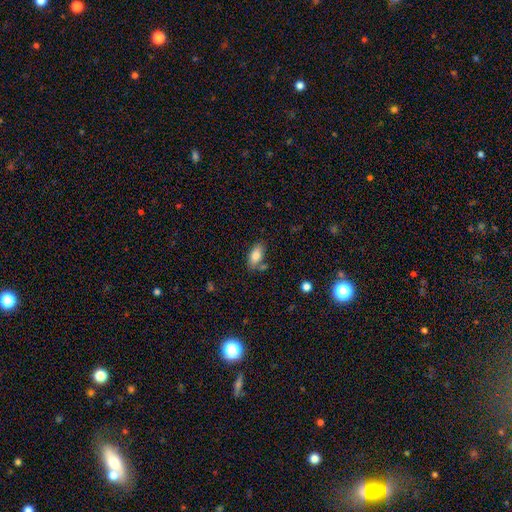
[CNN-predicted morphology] Overall: smooth (80%). How rounded: in between (90%). Merging: none (72%).